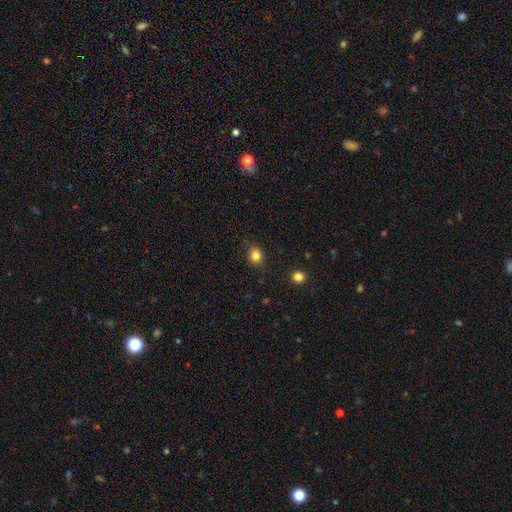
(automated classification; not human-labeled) A smooth galaxy with no disk features (83%) that is round (64%).

Vote fractions:
- Smooth or featured? smooth: 83% / star or artifact: 12% / featured or disk: 6%
- How rounded? round: 64% / in between: 35% / cigar-shaped: 1%
- Merging? none: 84% / minor disturbance: 12% / major disturbance: 3% / merger: 1%